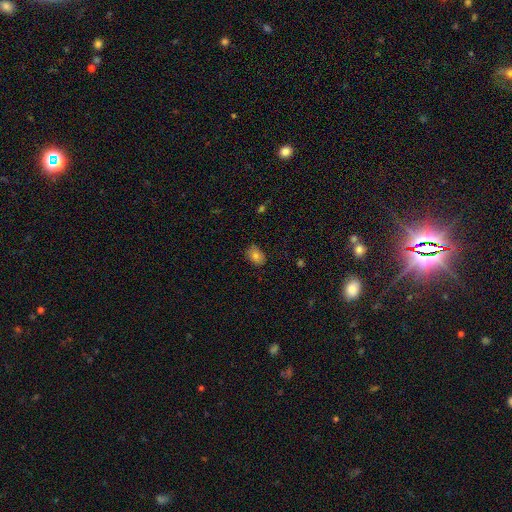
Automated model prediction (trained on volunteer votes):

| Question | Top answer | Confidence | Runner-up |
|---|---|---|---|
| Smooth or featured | smooth | 79% | featured or disk (10%) |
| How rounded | in between | 71% | round (28%) |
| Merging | none | 78% | minor disturbance (18%) |